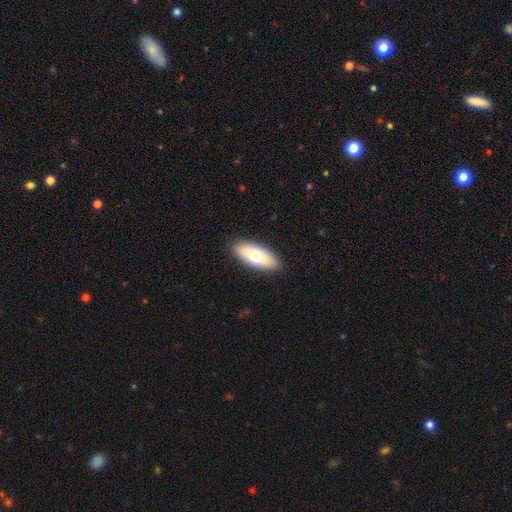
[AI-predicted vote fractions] Smooth or featured? Predicted: smooth (p=0.70). How rounded? Predicted: in between (p=0.83). Merging? Predicted: none (p=0.89).